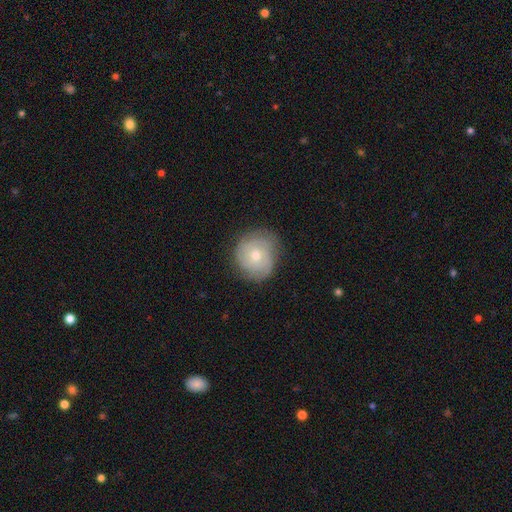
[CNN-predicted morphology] A featured or disk galaxy (63%) with no bar (75%), tight (67%) spiral arms (90%) and a moderate central bulge (56%). Merging: none (76%).